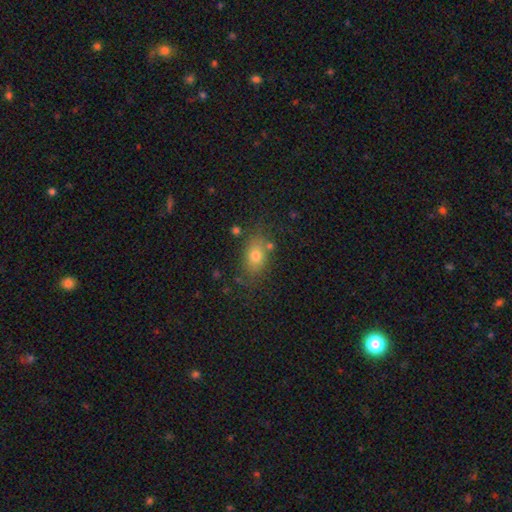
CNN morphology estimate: The model was most divided on "how rounded": in between: 76%, round: 21%, cigar-shaped: 3%. More confident: smooth or featured — smooth (74%); merging — none (73%).